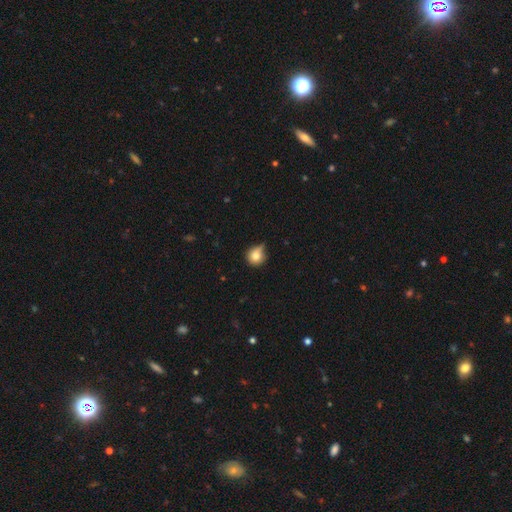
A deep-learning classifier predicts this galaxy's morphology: A smooth galaxy with no disk features (79%) that is round (86%).

Vote fractions:
- Smooth or featured? smooth: 79% / featured or disk: 11% / star or artifact: 10%
- How rounded? round: 86% / in between: 12% / cigar-shaped: 1%
- Merging? none: 48% / minor disturbance: 36% / major disturbance: 11% / merger: 5%